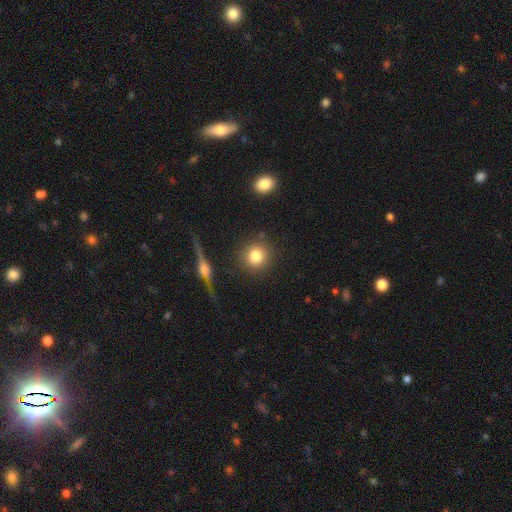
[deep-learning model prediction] Q: Smooth or featured?
A: smooth (79%); runner-up: star or artifact (11%)
Q: How rounded?
A: round (91%); runner-up: in between (7%)
Q: Merging?
A: none (86%); runner-up: minor disturbance (7%)